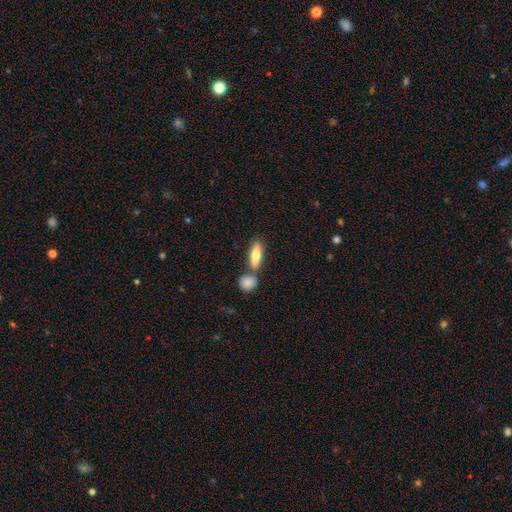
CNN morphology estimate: Q: Smooth or featured?
A: smooth (70%); runner-up: featured or disk (24%)
Q: How rounded?
A: in between (52%); runner-up: cigar-shaped (43%)
Q: Merging?
A: none (66%); runner-up: merger (21%)